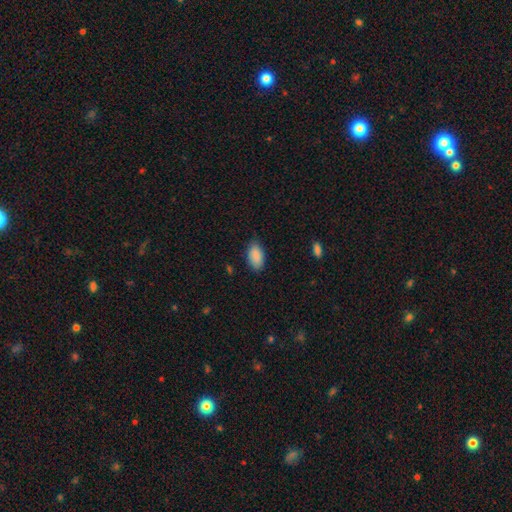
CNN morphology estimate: Overall: smooth (89%). How rounded: in between (94%). Merging: none (80%).